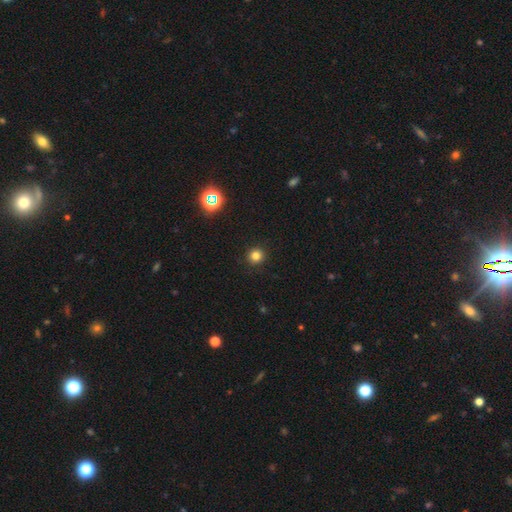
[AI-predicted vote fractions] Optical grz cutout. It shows a smooth galaxy with no disk features (81%) that is round (94%). Merging: none (92%).